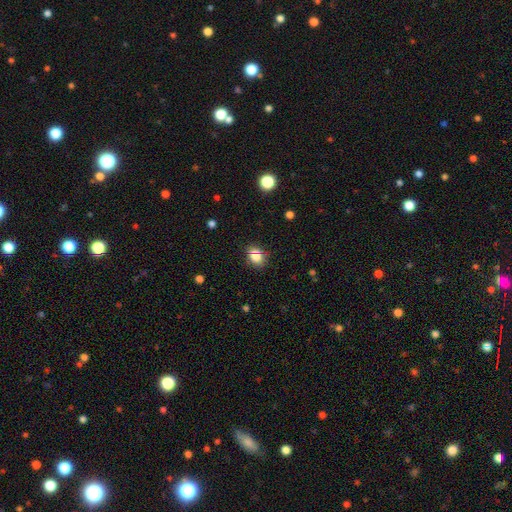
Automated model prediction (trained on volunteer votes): smooth_or_featured: smooth (p=0.78) [alt: star or artifact p=0.14]
how_rounded: round (p=0.54) [alt: in between p=0.44]
merging: none (p=0.73) [alt: minor disturbance p=0.16]